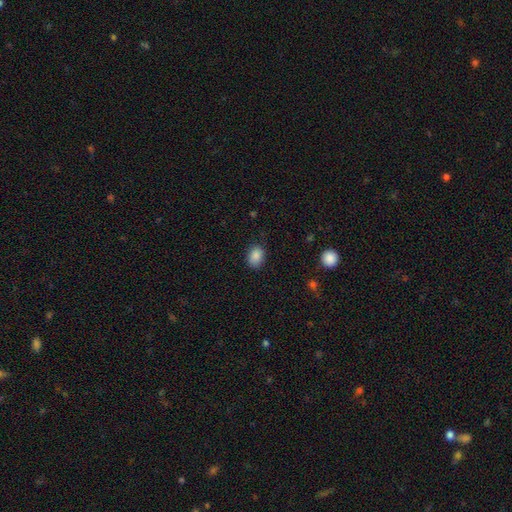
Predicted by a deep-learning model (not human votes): Overall: smooth (87%). How rounded: in between (74%). Merging: none (83%).